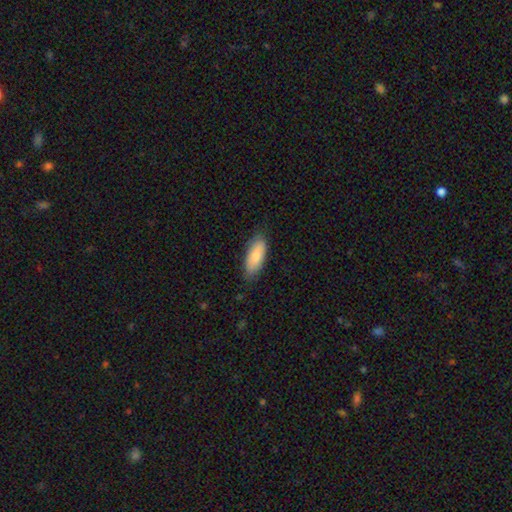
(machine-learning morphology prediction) The model was most divided on "merging": none: 78%, minor disturbance: 18%, major disturbance: 3%, merger: 1%. More confident: smooth or featured — smooth (83%); how rounded — in between (82%).